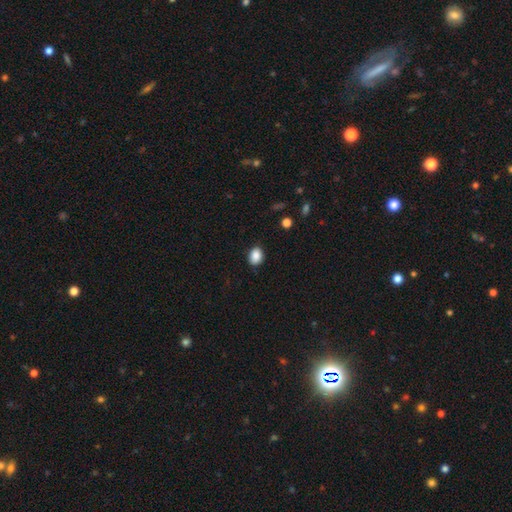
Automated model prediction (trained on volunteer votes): Smooth or featured? smooth (88%)
How rounded? in between (60%)
Merging? none (86%)